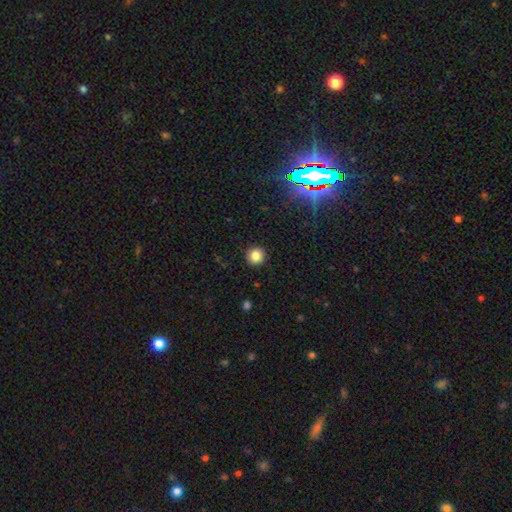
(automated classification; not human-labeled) Smooth or featured? smooth (83%)
How rounded? round (94%)
Merging? none (92%)